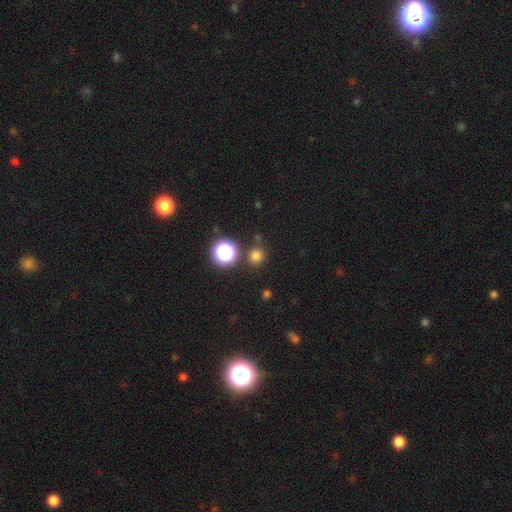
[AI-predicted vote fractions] smooth_or_featured: smooth (p=0.74) [alt: star or artifact p=0.22]
how_rounded: round (p=0.93) [alt: in between p=0.06]
merging: none (p=0.84) [alt: minor disturbance p=0.07]